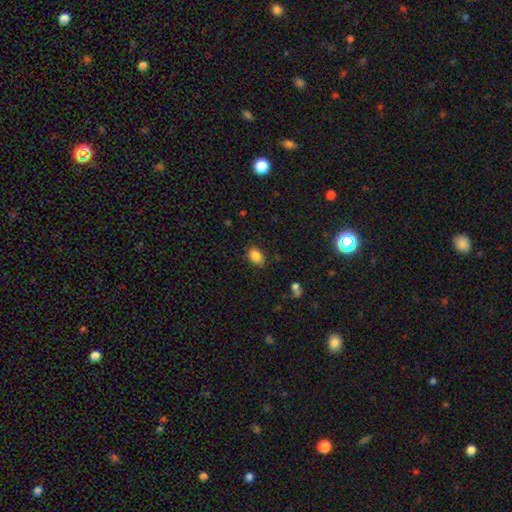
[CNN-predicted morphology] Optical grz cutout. It shows a smooth galaxy with no disk features (86%) that is in between round and cigar-shaped (84%). Merging: none (81%).